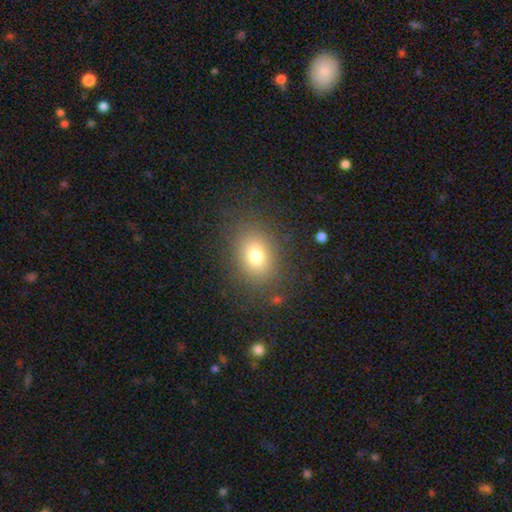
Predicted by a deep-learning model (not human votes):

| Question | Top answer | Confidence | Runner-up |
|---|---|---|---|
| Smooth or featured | smooth | 76% | star or artifact (13%) |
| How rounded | in between | 61% | round (38%) |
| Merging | none | 83% | minor disturbance (10%) |